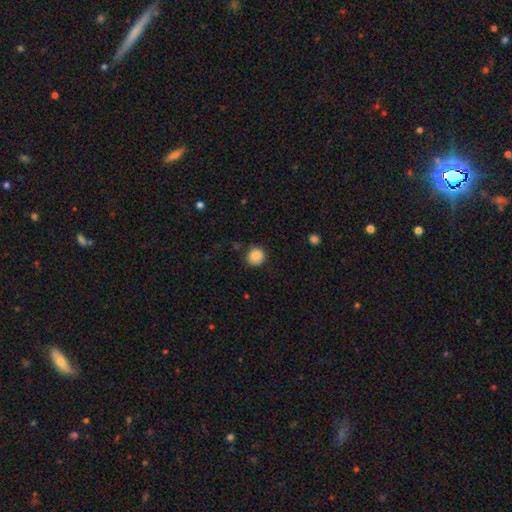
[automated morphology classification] smooth_or_featured: smooth (p=0.88) [alt: star or artifact p=0.09]
how_rounded: round (p=0.91) [alt: in between p=0.08]
merging: none (p=0.85) [alt: minor disturbance p=0.10]